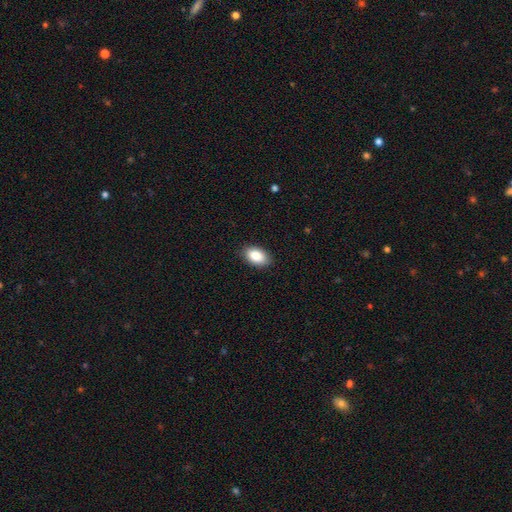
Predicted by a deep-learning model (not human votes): A smooth galaxy with no disk features (87%) that is in between round and cigar-shaped (92%). Merging: none (88%).